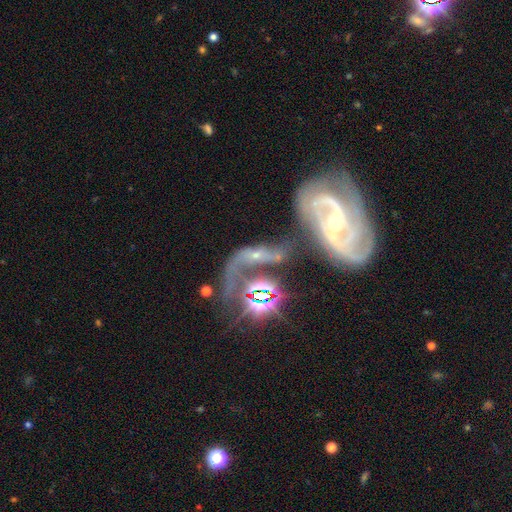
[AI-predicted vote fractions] The model was most divided on "bulge size": moderate: 47%, small: 40%, none: 6%, large: 5%, dominant: 2%. Remaining: edge-on disk — no (89%); spiral arms — yes (77%); smooth or featured — featured or disk (65%); bar — no (53%); merging — merger (46%).